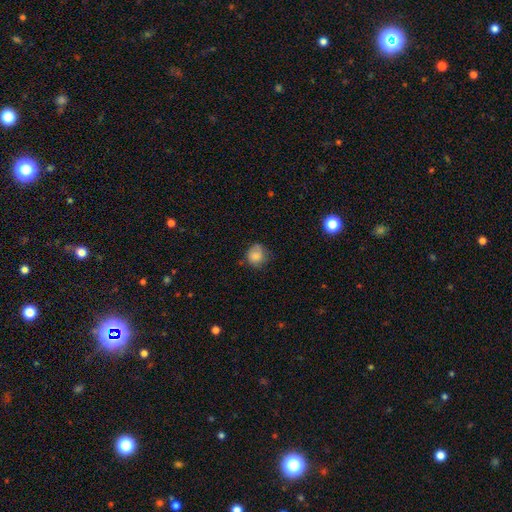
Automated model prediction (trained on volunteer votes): The model was most divided on "merging": none: 61%, minor disturbance: 29%, major disturbance: 8%, merger: 3%. More confident: smooth or featured — smooth (81%); how rounded — round (81%).